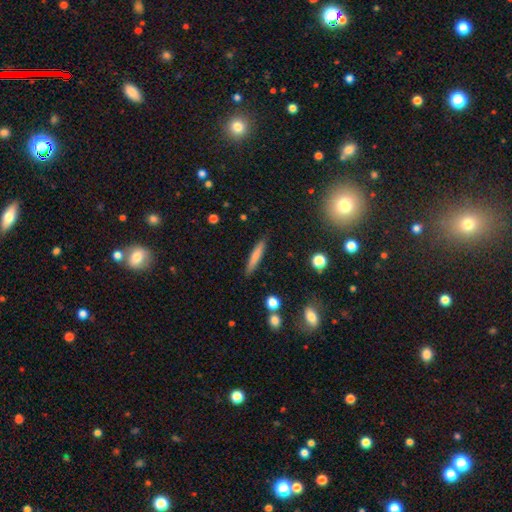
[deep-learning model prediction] A smooth galaxy with no disk features (73%) that is cigar-shaped (91%).

Vote fractions:
- Smooth or featured? smooth: 73% / featured or disk: 20% / star or artifact: 7%
- How rounded? cigar-shaped: 91% / in between: 7% / round: 2%
- Merging? none: 88% / minor disturbance: 8% / major disturbance: 2% / merger: 2%